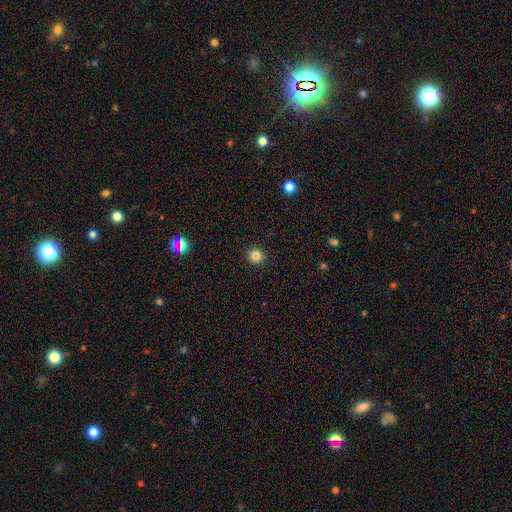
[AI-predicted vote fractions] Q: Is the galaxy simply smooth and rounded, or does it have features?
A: smooth — 83%.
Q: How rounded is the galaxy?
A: round — 89%.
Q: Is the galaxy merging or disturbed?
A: none — 92%.